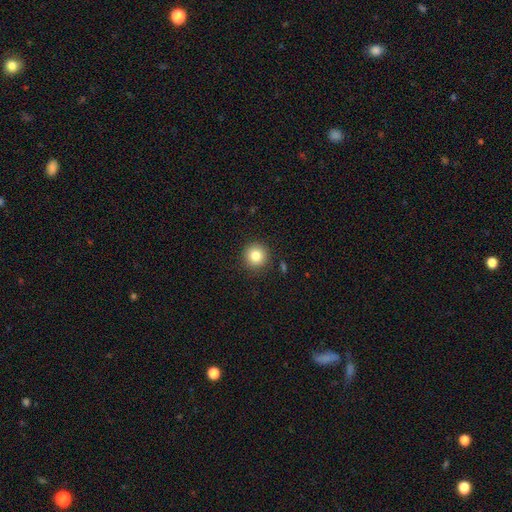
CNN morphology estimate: smooth-or-featured: smooth: 83% | star or artifact: 10% | featured or disk: 7%
  how-rounded: round: 95% | in between: 4% | cigar-shaped: 1%
  merging: none: 90% | minor disturbance: 7% | major disturbance: 2% | merger: 2%